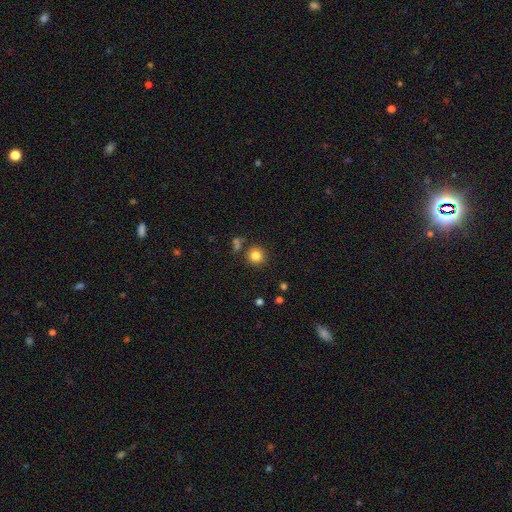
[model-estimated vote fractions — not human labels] smooth 82%, star or artifact 12%, featured or disk 6%. Down the decision tree: how rounded — round (93%); merging — none (83%).